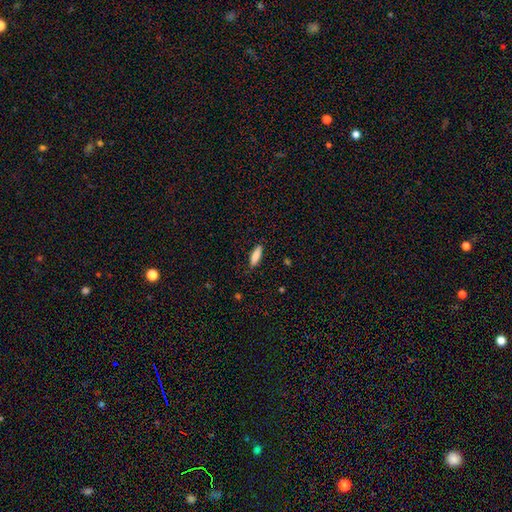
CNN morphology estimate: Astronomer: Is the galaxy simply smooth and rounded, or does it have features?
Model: smooth — 85%.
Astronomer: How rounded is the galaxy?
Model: in between — 51% (runner-up: cigar-shaped, 48%).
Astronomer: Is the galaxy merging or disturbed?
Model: none — 85%.